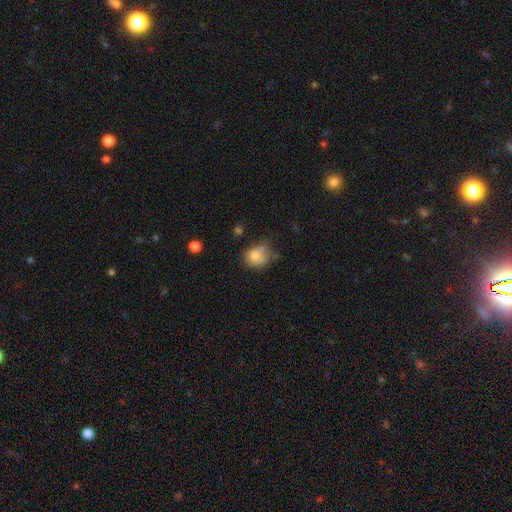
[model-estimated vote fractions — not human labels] Smooth or featured: smooth — 74% (featured or disk — 16%)
How rounded: round — 61% (in between — 38%)
Merging: none — 42% (minor disturbance — 29%)